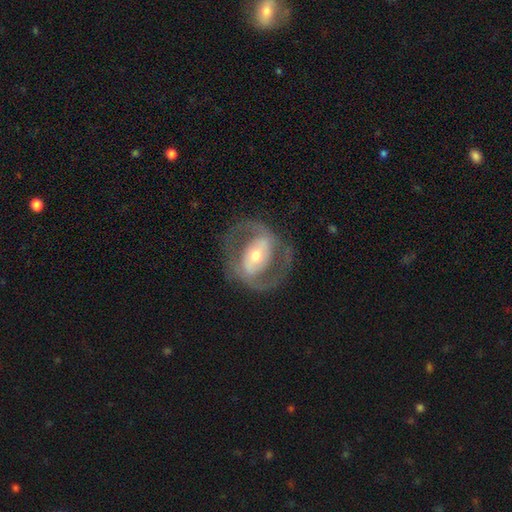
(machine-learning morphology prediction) Overall: featured or disk (81%). Edge-on disk: no (96%). Bar: strong (36%; weak 33%). Spiral arms: yes (74%). Spiral arm count: 2 (86%). Spiral winding: medium (52%; tight 26%). Bulge size: moderate (65%). Merging: none (73%).